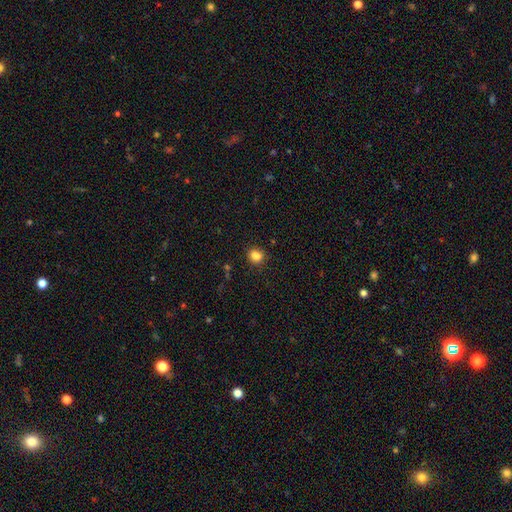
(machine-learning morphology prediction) smooth-or-featured: smooth: 83% | star or artifact: 13% | featured or disk: 5%
  how-rounded: round: 68% | in between: 31% | cigar-shaped: 1%
  merging: none: 75% | minor disturbance: 14% | merger: 8% | major disturbance: 4%